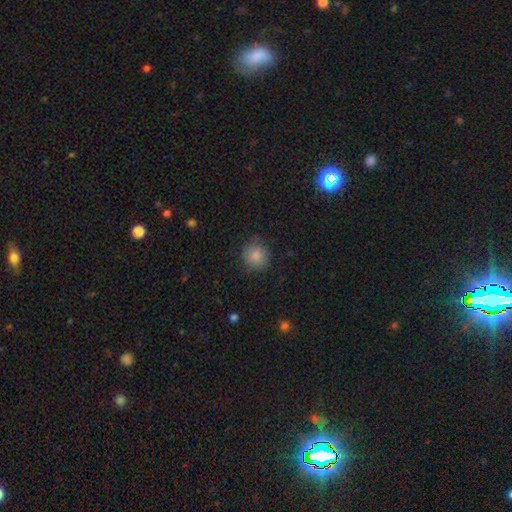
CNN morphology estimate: type=smooth (84%); roundness=round (87%); merging=none (81%).